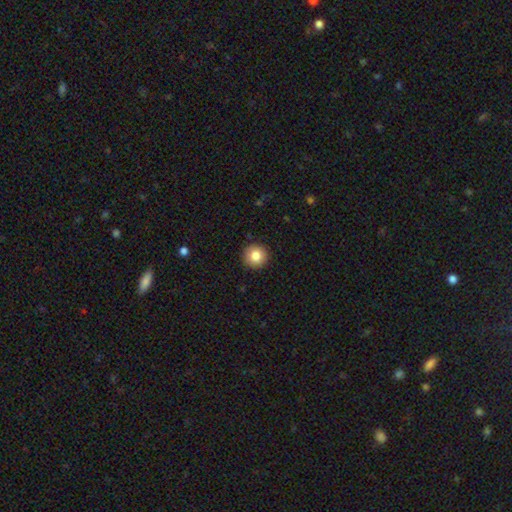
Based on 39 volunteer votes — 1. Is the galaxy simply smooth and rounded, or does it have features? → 90% smooth, 8% featured or disk, 3% star or artifact.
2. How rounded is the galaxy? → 97% round, 3% cigar-shaped, 0% in between.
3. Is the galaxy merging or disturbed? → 82% none, 13% minor disturbance, 3% major disturbance, 3% merger.